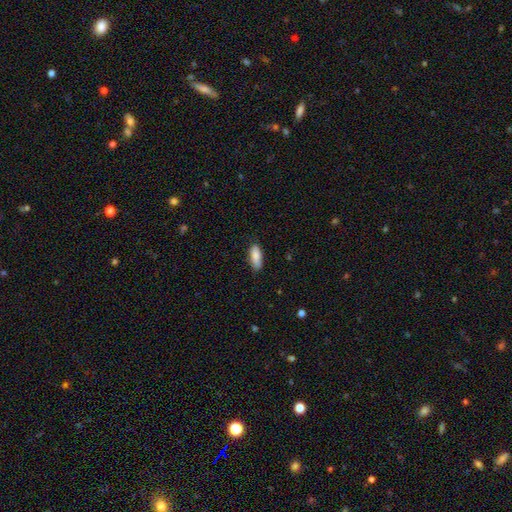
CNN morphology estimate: A smooth galaxy with no disk features (86%) that is in between round and cigar-shaped (75%).

Vote fractions:
- Smooth or featured? smooth: 86% / featured or disk: 7% / star or artifact: 6%
- How rounded? in between: 75% / cigar-shaped: 23% / round: 2%
- Merging? none: 80% / minor disturbance: 16% / major disturbance: 3% / merger: 1%